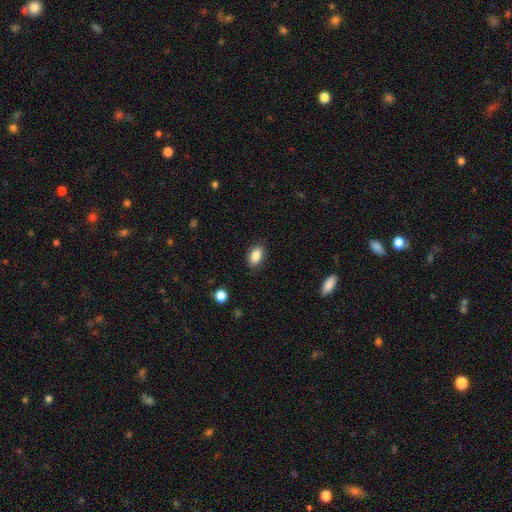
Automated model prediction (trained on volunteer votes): Morphology: type=smooth (86%); roundness=in between (90%); merging=none (85%).